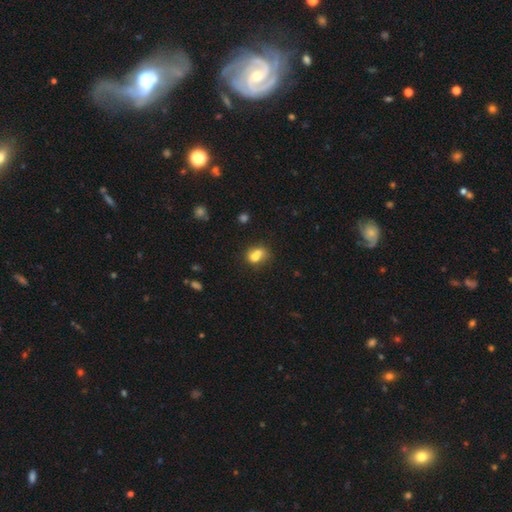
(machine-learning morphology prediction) A smooth galaxy with no disk features (68%) that is round (56%). Merging: merger (58%).